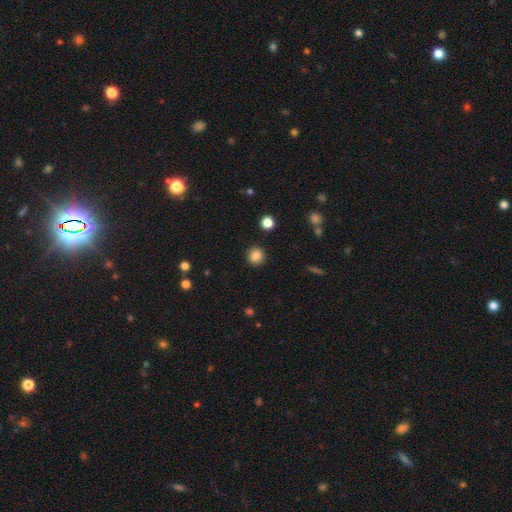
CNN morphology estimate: type=smooth (84%); roundness=round (93%); merging=none (92%).